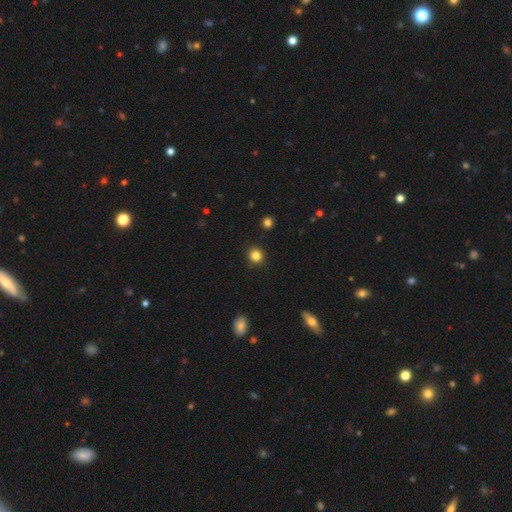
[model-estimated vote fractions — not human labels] A smooth galaxy with no disk features (84%) that is round (89%). Merging: none (91%).